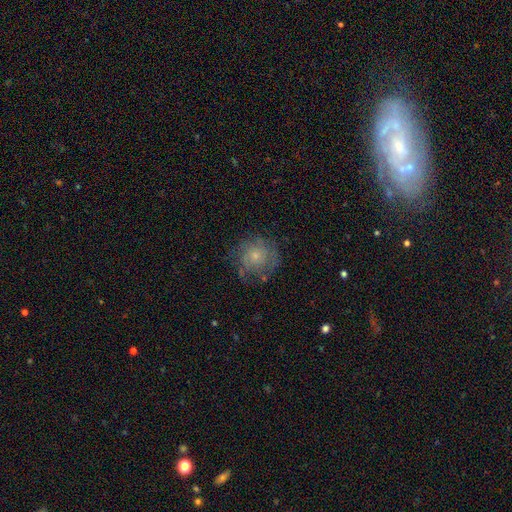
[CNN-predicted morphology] type=featured or disk (45%, tied with smooth); merging=none (66%).